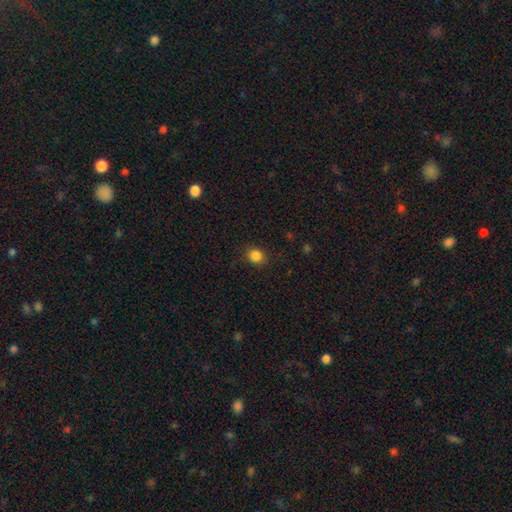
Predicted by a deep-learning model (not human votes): smooth_or_featured: smooth (p=0.86) [alt: star or artifact p=0.11]
how_rounded: round (p=0.78) [alt: in between p=0.21]
merging: none (p=0.88) [alt: minor disturbance p=0.08]